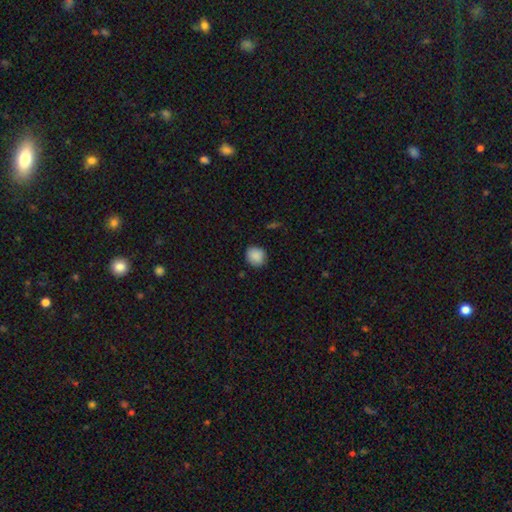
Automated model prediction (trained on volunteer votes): smooth-or-featured: smooth: 88% | star or artifact: 8% | featured or disk: 4%
  how-rounded: round: 85% | in between: 14% | cigar-shaped: 1%
  merging: none: 87% | minor disturbance: 10% | major disturbance: 2% | merger: 1%